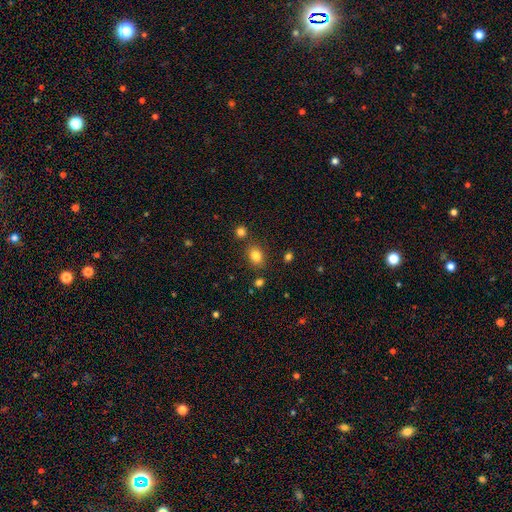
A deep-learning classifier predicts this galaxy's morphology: Q: Smooth or featured?
A: smooth (83%); runner-up: star or artifact (11%)
Q: How rounded?
A: in between (66%); runner-up: round (33%)
Q: Merging?
A: none (79%); runner-up: minor disturbance (11%)